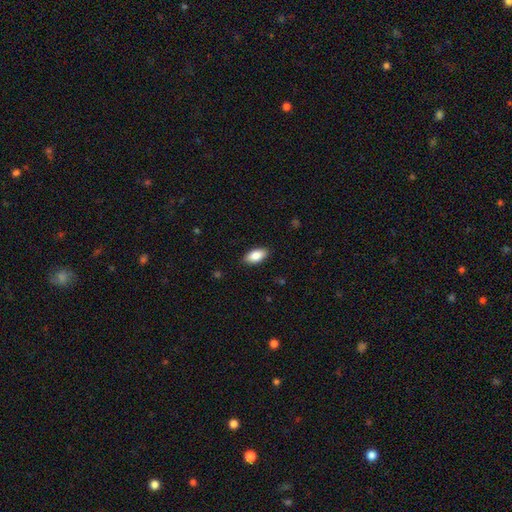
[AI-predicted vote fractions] Smooth or featured: smooth — 86% (featured or disk — 8%)
How rounded: in between — 92% (cigar-shaped — 5%)
Merging: none — 88% (minor disturbance — 9%)